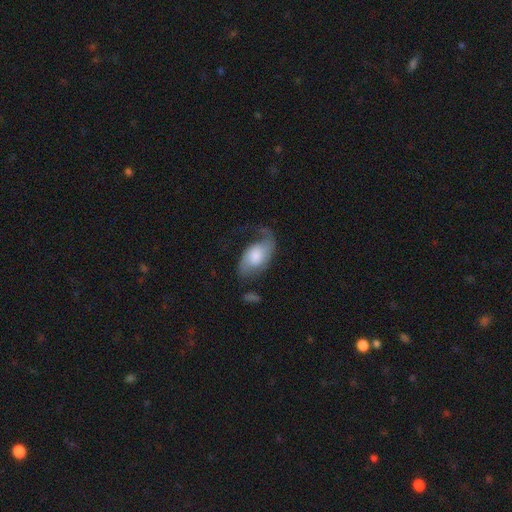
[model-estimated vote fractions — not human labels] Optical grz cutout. It shows a featured or disk galaxy (61%) with no bar (68%), 2 (64%) loose (59%) spiral arms (88%) and a moderate central bulge (40%). Merging: none (39%).